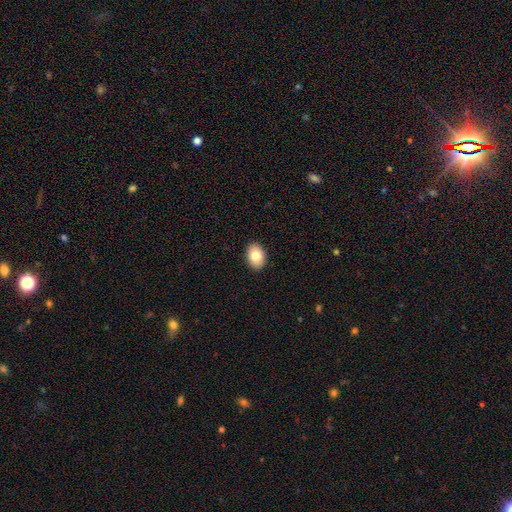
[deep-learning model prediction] This appears to be a smooth galaxy with no disk features (82%) that is in between round and cigar-shaped (80%). Merging: none (91%).